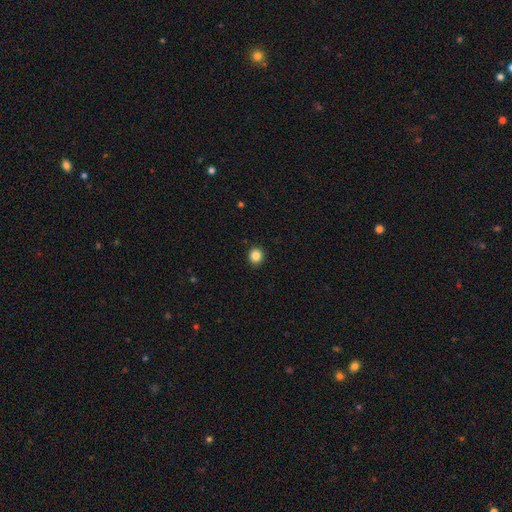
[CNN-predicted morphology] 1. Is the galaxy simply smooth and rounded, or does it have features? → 85% smooth, 10% star or artifact, 4% featured or disk.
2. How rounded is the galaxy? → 89% round, 10% in between, 1% cigar-shaped.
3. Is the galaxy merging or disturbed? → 93% none, 5% minor disturbance, 2% major disturbance, 1% merger.